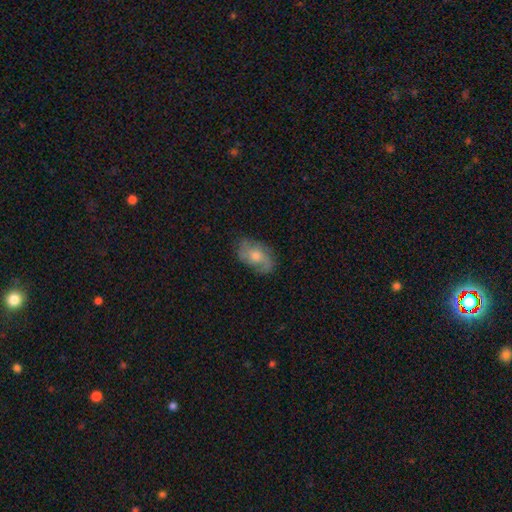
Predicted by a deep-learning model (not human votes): Smooth or featured? featured or disk (63%)
Edge-on disk? no (95%)
Bar? no (71%)
Spiral arms? yes (87%)
Spiral winding? medium (44%)
Spiral arm count? 2 (64%)
Bulge size? moderate (64%)
Merging? none (74%)